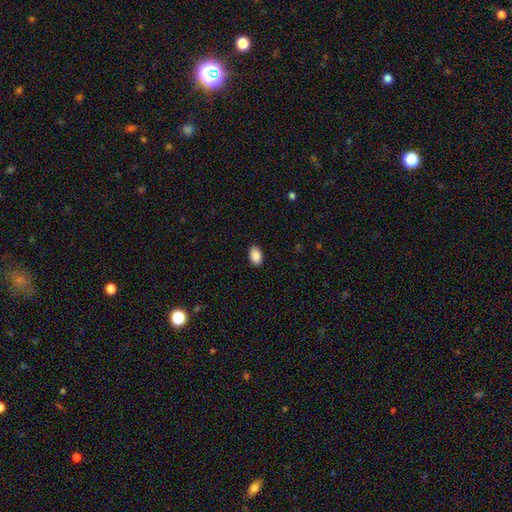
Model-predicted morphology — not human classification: Overall: smooth (90%). How rounded: in between (92%). Merging: none (89%).